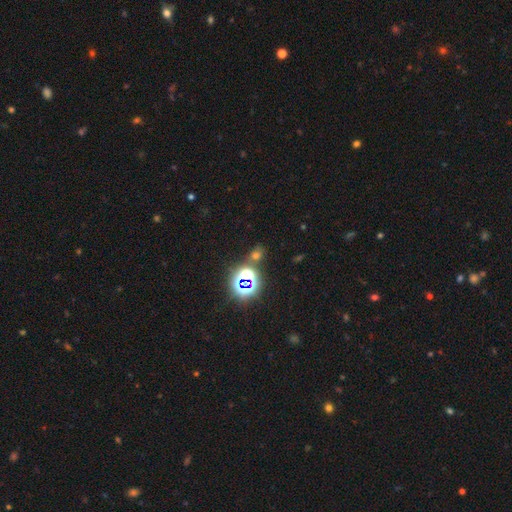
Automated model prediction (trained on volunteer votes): The model was most divided on "smooth or featured": star or artifact: 52%, smooth: 41%, featured or disk: 8%.